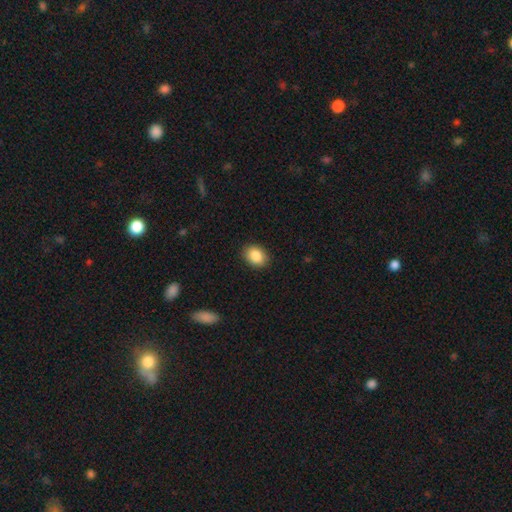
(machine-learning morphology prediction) smooth-or-featured: smooth: 87% | star or artifact: 8% | featured or disk: 5%
  how-rounded: in between: 67% | round: 32% | cigar-shaped: 1%
  merging: none: 89% | minor disturbance: 8% | major disturbance: 2% | merger: 1%